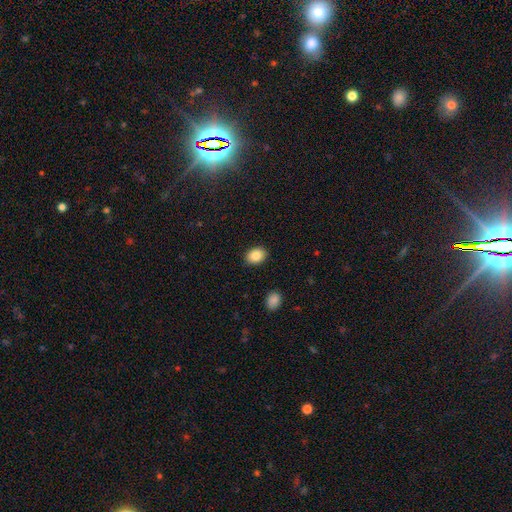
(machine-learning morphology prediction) Smooth or featured? Predicted: smooth (p=0.86). How rounded? Predicted: in between (p=0.72). Merging? Predicted: none (p=0.89).